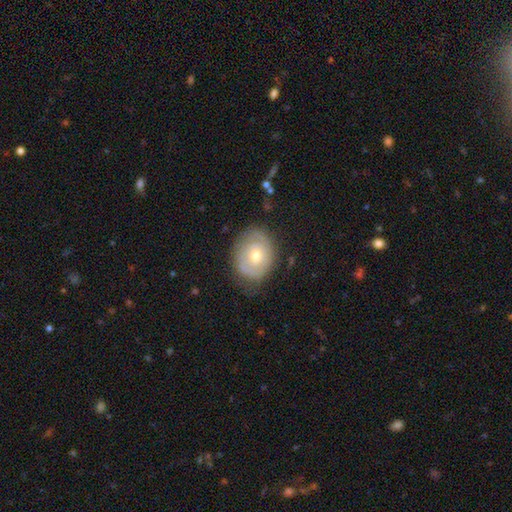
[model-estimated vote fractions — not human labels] featured or disk 52%, smooth 41%, star or artifact 7%. Down the decision tree: edge-on disk — no (95%); merging — none (71%).